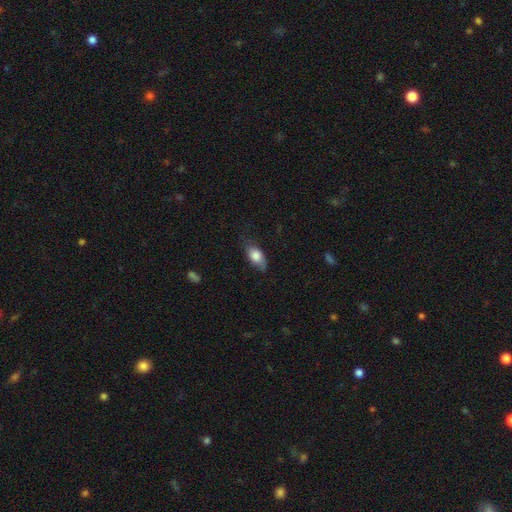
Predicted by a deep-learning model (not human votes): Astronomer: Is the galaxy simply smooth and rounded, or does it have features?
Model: smooth — 75%.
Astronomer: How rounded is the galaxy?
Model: in between — 86%.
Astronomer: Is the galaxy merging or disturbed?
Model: none — 61%.